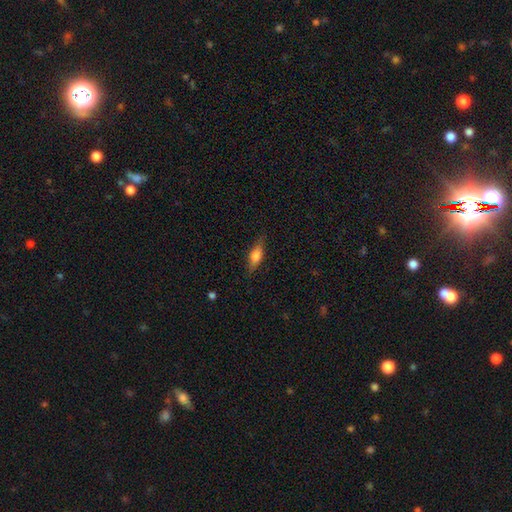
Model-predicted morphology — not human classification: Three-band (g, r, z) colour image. It shows a smooth galaxy with no disk features (65%) that is in between round and cigar-shaped (60%). Merging: none (79%).